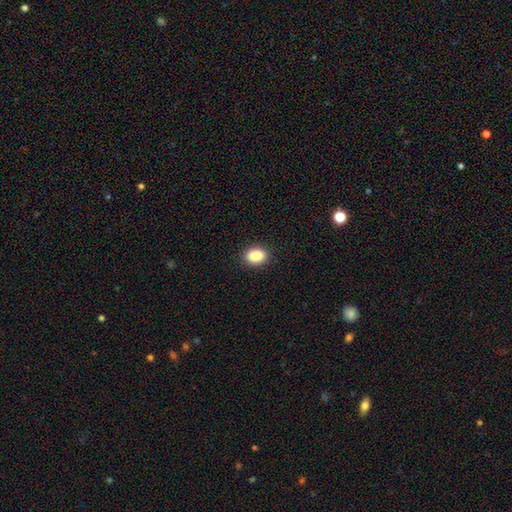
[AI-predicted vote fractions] The model was most divided on "how rounded": in between: 70%, round: 29%, cigar-shaped: 1%. More confident: merging — none (90%); smooth or featured — smooth (89%).